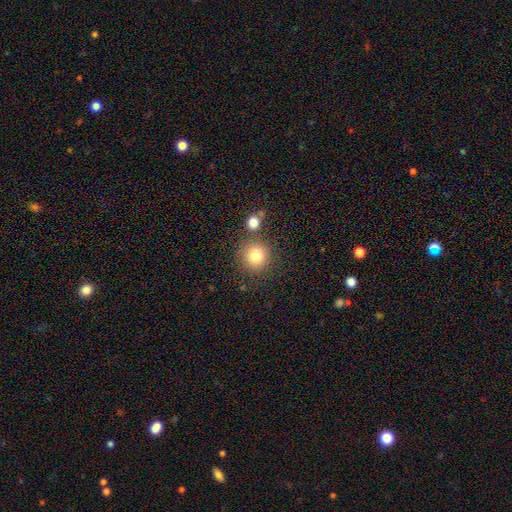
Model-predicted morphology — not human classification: smooth-or-featured: smooth: 81% | star or artifact: 11% | featured or disk: 8%
  how-rounded: round: 93% | in between: 6% | cigar-shaped: 1%
  merging: none: 79% | merger: 10% | minor disturbance: 8% | major disturbance: 3%